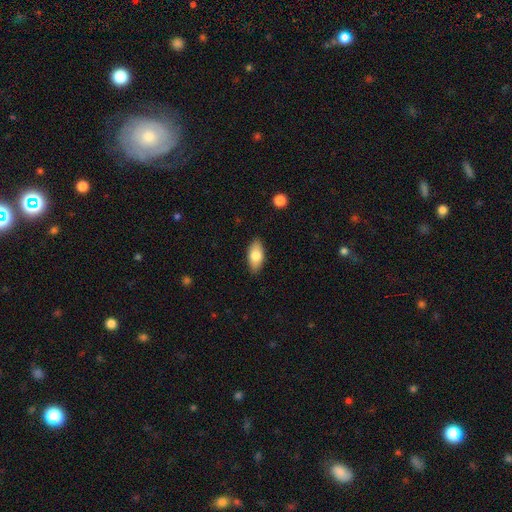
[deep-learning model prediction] smooth_or_featured: smooth (p=0.79) [alt: featured or disk p=0.15]
how_rounded: in between (p=0.92) [alt: cigar-shaped p=0.05]
merging: none (p=0.87) [alt: minor disturbance p=0.10]